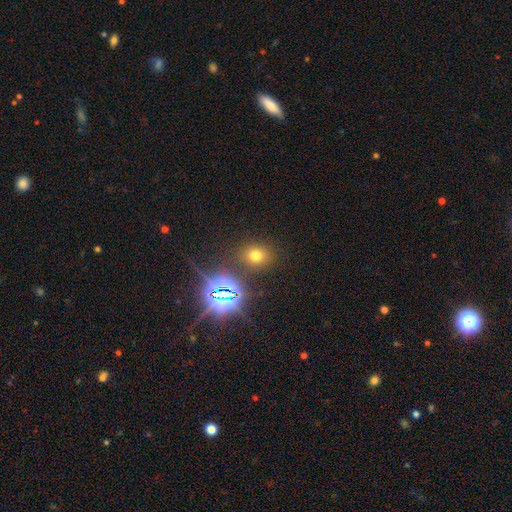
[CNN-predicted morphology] This appears to be a smooth galaxy with no disk features (61%) that is round (60%). Merging: none (83%).